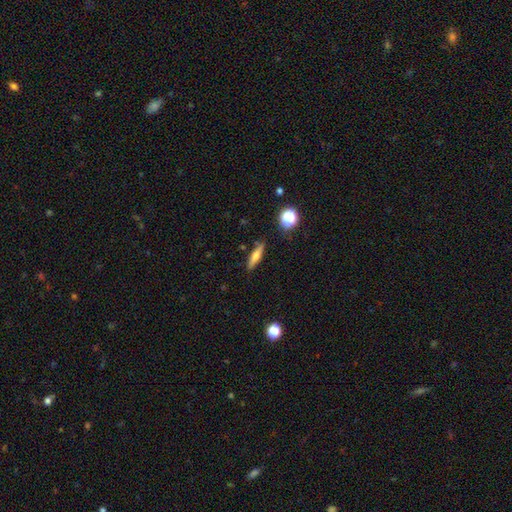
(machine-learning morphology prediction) smooth 58%, featured or disk 33%, star or artifact 9%. Down the decision tree: how rounded — cigar-shaped (74%); merging — none (85%).